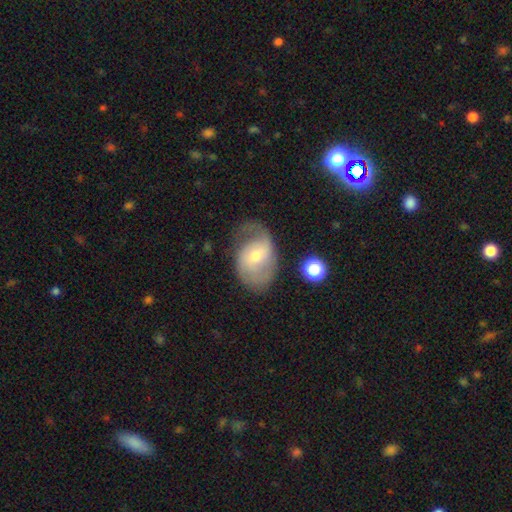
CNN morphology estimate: featured or disk 60%, smooth 33%, star or artifact 8%. Down the decision tree: edge-on disk — no (95%); bar — no (49%); spiral arms — yes (80%); bulge size — moderate (55%); merging — none (45%).